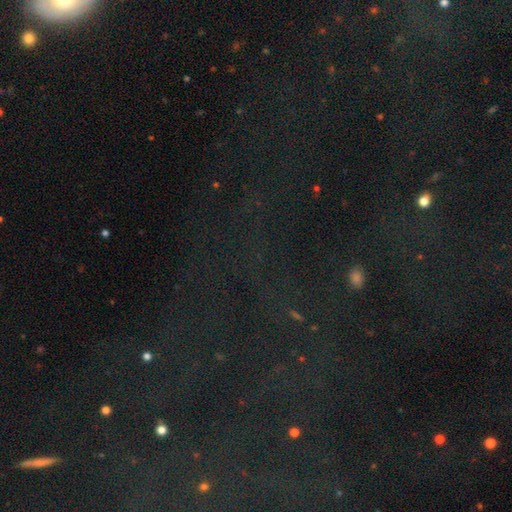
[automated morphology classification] Smooth or featured? star or artifact (78%)